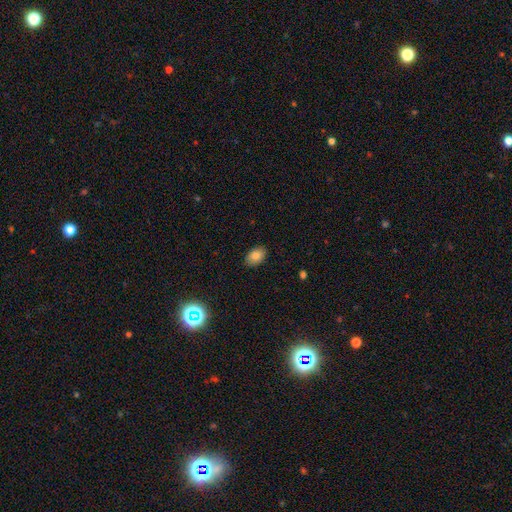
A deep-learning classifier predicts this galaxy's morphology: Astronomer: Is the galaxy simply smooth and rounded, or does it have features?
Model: smooth — 82%.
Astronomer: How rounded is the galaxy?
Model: in between — 90%.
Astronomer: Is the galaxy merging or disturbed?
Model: none — 87%.